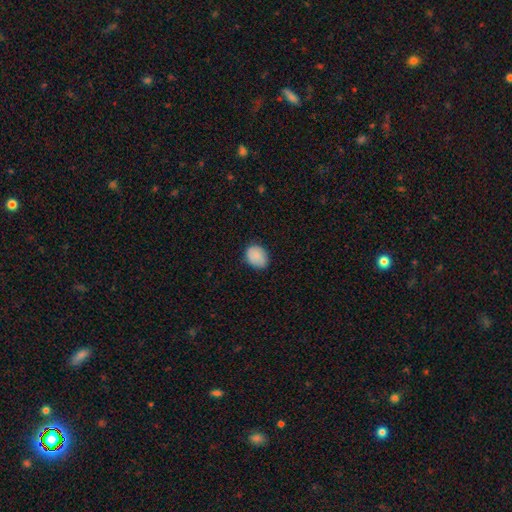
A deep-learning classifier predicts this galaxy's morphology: smooth_or_featured: smooth (p=0.83) [alt: featured or disk p=0.10]
how_rounded: in between (p=0.55) [alt: round p=0.44]
merging: none (p=0.78) [alt: minor disturbance p=0.18]